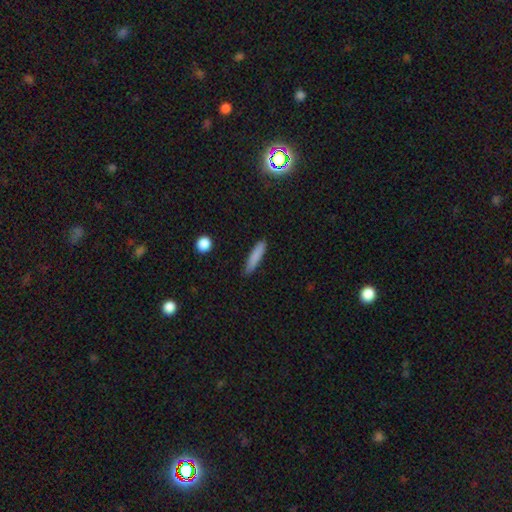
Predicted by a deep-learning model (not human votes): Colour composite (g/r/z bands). It shows a smooth galaxy with no disk features (83%) that is cigar-shaped (86%). Merging: none (86%).